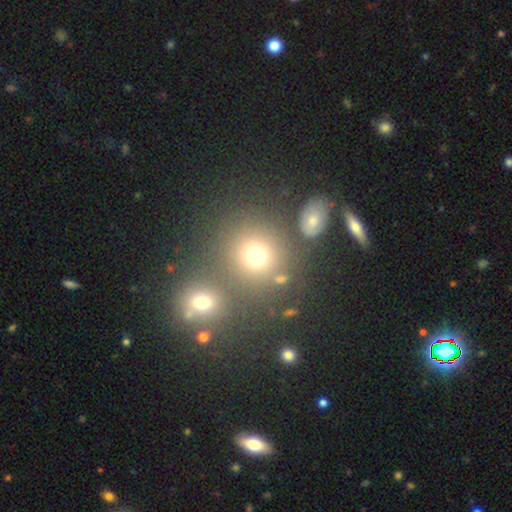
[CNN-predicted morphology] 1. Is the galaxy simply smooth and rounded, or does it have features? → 73% smooth, 17% star or artifact, 10% featured or disk.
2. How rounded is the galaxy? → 84% round, 15% in between, 1% cigar-shaped.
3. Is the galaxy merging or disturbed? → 65% none, 21% merger, 9% minor disturbance, 5% major disturbance.